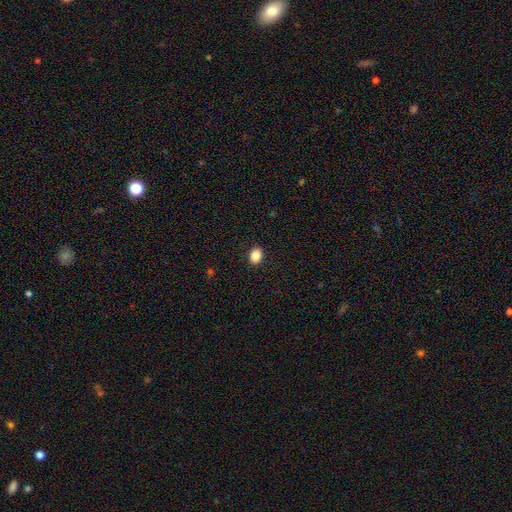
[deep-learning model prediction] smooth 87%, star or artifact 9%, featured or disk 4%. Down the decision tree: how rounded — in between (67%); merging — none (90%).